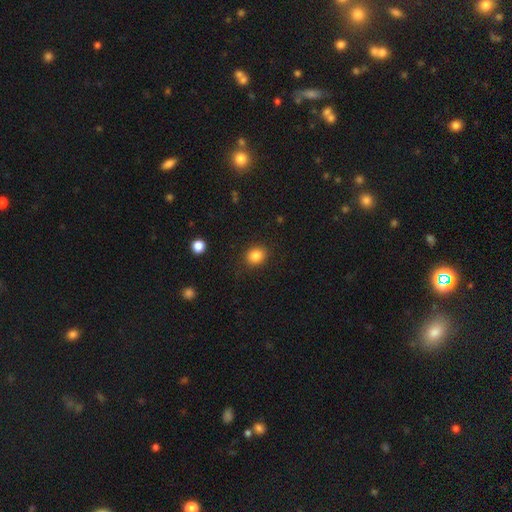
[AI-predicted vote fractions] smooth_or_featured: smooth (p=0.84) [alt: star or artifact p=0.11]
how_rounded: round (p=0.70) [alt: in between p=0.29]
merging: none (p=0.88) [alt: minor disturbance p=0.08]